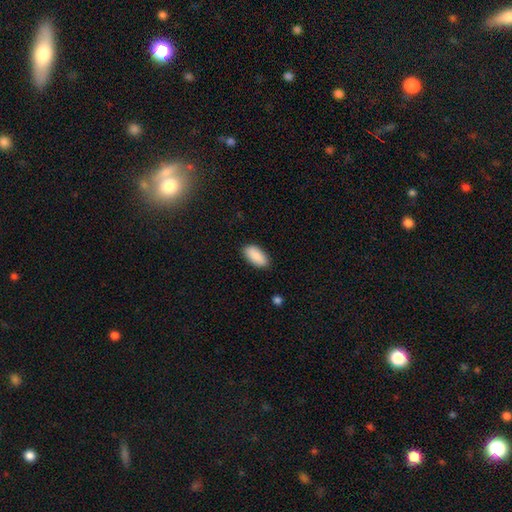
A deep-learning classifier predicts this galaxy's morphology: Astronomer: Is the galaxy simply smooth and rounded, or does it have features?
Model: smooth — 91%.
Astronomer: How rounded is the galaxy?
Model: in between — 92%.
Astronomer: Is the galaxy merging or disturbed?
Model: none — 88%.